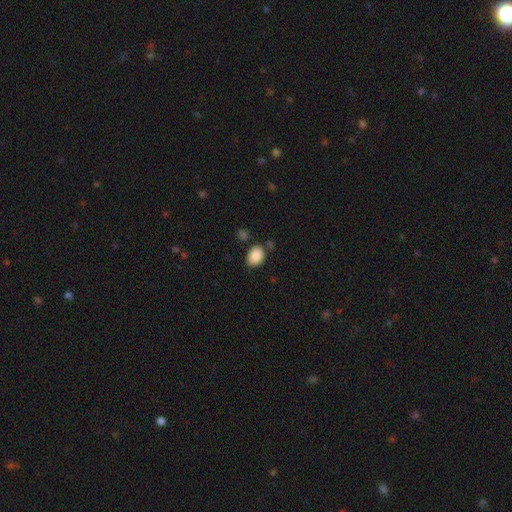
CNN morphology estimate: Q: Smooth or featured?
A: smooth (89%); runner-up: star or artifact (8%)
Q: How rounded?
A: in between (78%); runner-up: round (21%)
Q: Merging?
A: none (78%); runner-up: minor disturbance (13%)